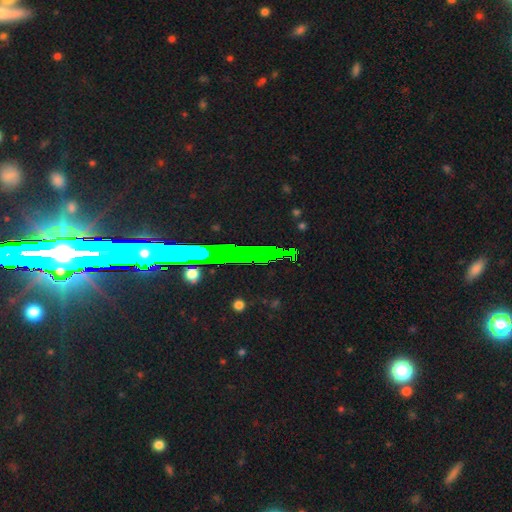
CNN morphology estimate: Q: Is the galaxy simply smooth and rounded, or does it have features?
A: star or artifact — 65%.